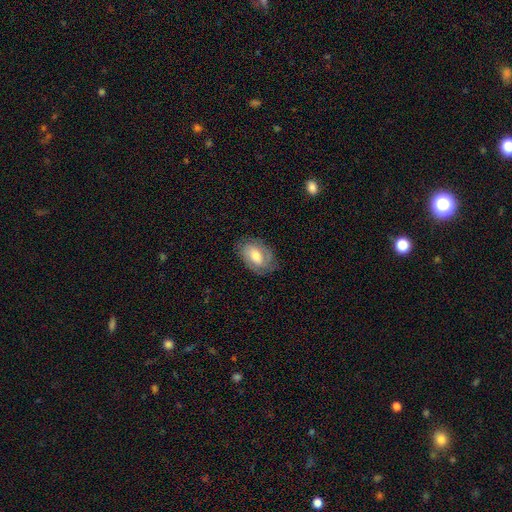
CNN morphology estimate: A smooth galaxy with no disk features (51%) that is in between round and cigar-shaped (87%).

Vote fractions:
- Smooth or featured? smooth: 51% / featured or disk: 41% / star or artifact: 7%
- How rounded? in between: 87% / round: 11% / cigar-shaped: 2%
- Merging? none: 74% / minor disturbance: 19% / major disturbance: 6% / merger: 1%